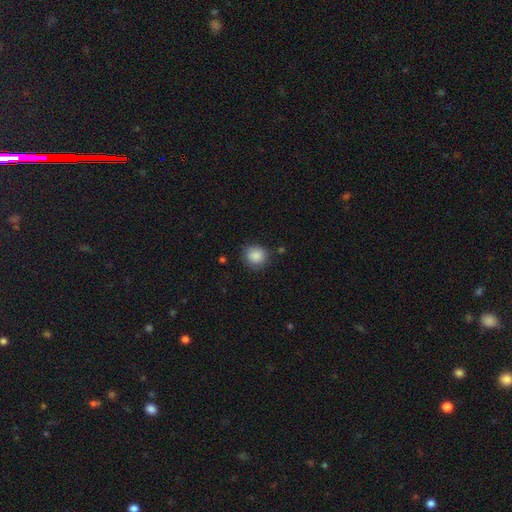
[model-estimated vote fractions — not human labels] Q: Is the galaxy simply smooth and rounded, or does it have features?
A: smooth — 88%.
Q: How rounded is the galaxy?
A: round — 85%.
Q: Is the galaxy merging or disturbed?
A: none — 83%.